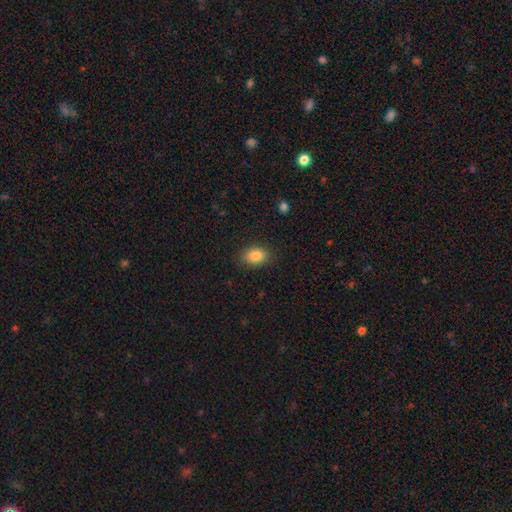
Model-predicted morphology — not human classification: Overall: smooth (85%). How rounded: in between (76%). Merging: none (84%).